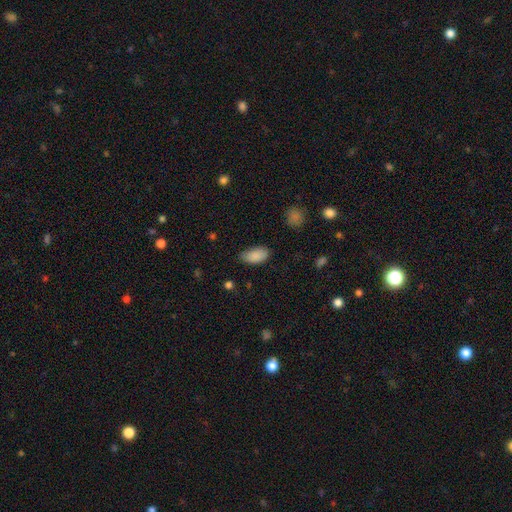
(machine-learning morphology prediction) Smooth or featured? Predicted: smooth (p=0.88). How rounded? Predicted: in between (p=0.94). Merging? Predicted: none (p=0.73).